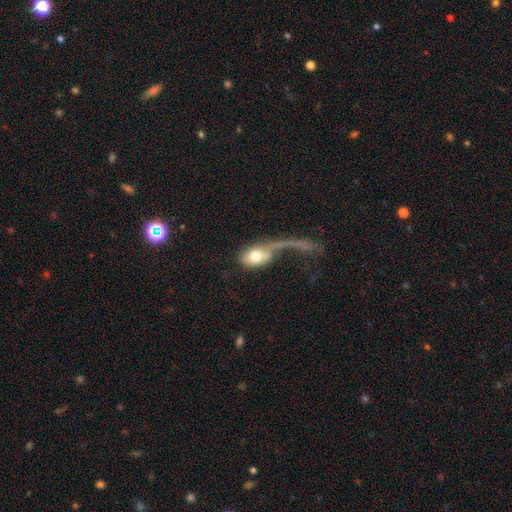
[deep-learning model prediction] Smooth or featured?
  - smooth: 59% *
  - featured or disk: 33%
  - star or artifact: 7%
How rounded?
  - in between: 74% *
  - round: 22%
  - cigar-shaped: 5%
Merging?
  - major disturbance: 62% *
  - none: 15%
  - merger: 12%
  - minor disturbance: 11%